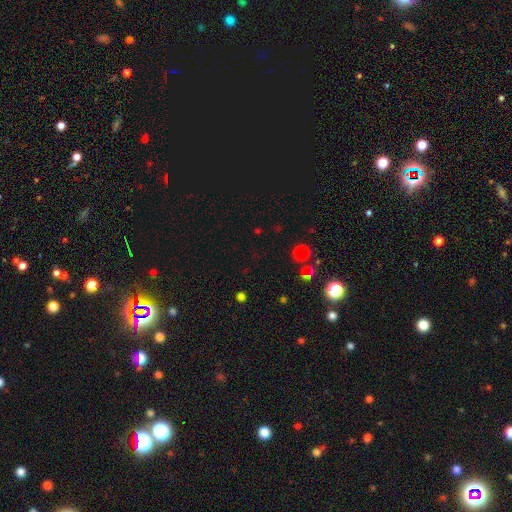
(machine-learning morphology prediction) Overall: star or artifact (54%; smooth 38%).